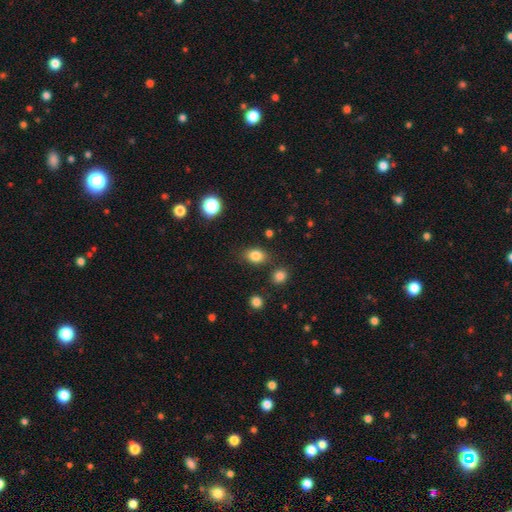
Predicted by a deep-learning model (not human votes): A smooth galaxy with no disk features (83%) that is in between round and cigar-shaped (70%). Merging: none (79%).